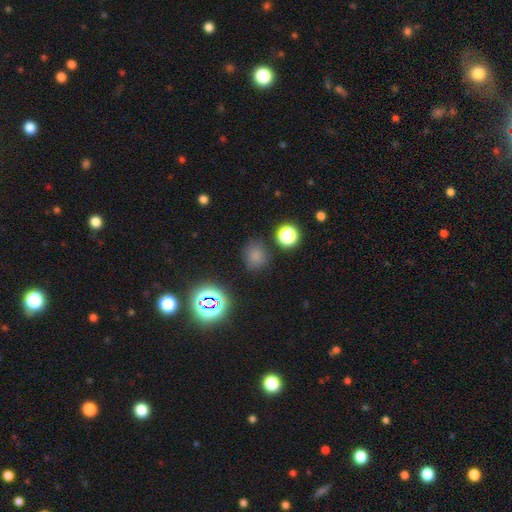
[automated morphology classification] smooth_or_featured: smooth (p=0.73) [alt: star or artifact p=0.22]
how_rounded: round (p=0.76) [alt: in between p=0.23]
merging: none (p=0.79) [alt: minor disturbance p=0.13]